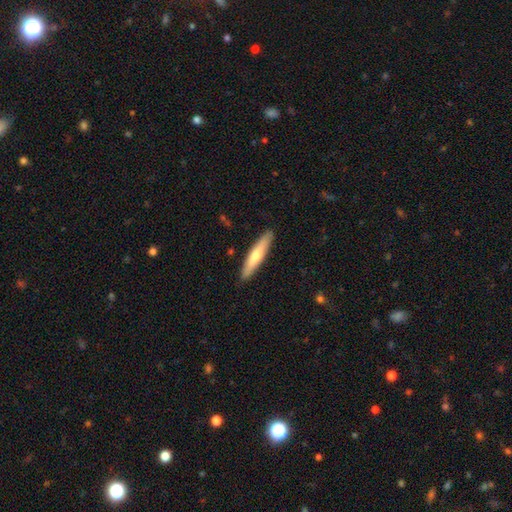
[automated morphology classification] smooth_or_featured: smooth (p=0.57) [alt: featured or disk p=0.38]
how_rounded: cigar-shaped (p=0.88) [alt: in between p=0.11]
merging: none (p=0.90) [alt: minor disturbance p=0.07]